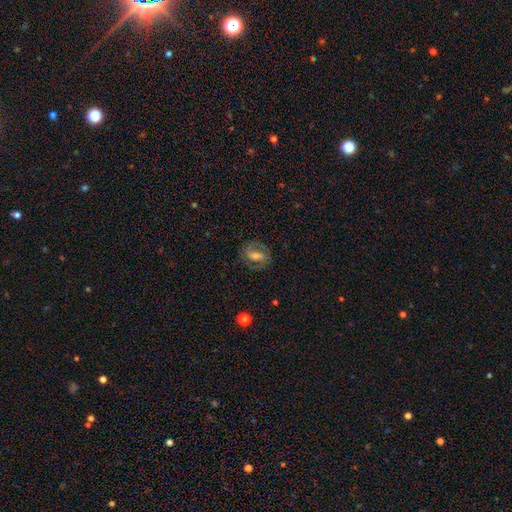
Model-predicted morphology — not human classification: smooth_or_featured: featured or disk (p=0.60) [alt: smooth p=0.31]
disk_edge_on: no (p=0.95) [alt: yes p=0.05]
bar: weak (p=0.42) [alt: strong p=0.37]
has_spiral_arms: yes (p=0.80) [alt: no p=0.20]
bulge_size: moderate (p=0.41) [alt: small p=0.26]
merging: none (p=0.73) [alt: minor disturbance p=0.16]